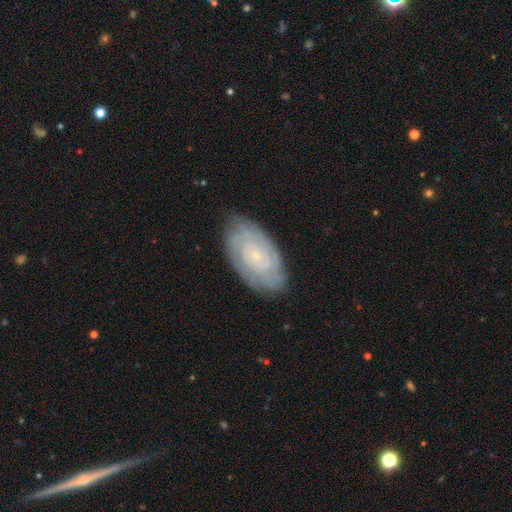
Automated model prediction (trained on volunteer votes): A featured or disk galaxy (78%) with no bar (77%), tight (78%) spiral arms (94%) and a small central bulge (84%).

Vote fractions:
- Smooth or featured? featured or disk: 78% / smooth: 15% / star or artifact: 7%
- Edge-on disk? no: 95% / yes: 5%
- Bar? no: 77% / weak: 19% / strong: 4%
- Spiral arms? yes: 94% / no: 6%
- Spiral winding? tight: 78% / medium: 18% / loose: 4%
- Spiral arm count? can't tell: 39% / 2: 23% / 3: 15% / 4: 12% / more than 4: 6% / 1: 5%
- Bulge size? small: 84% / moderate: 11% / none: 3% / large: 1% / dominant: 1%
- Merging? none: 82% / minor disturbance: 14% / major disturbance: 3% / merger: 1%